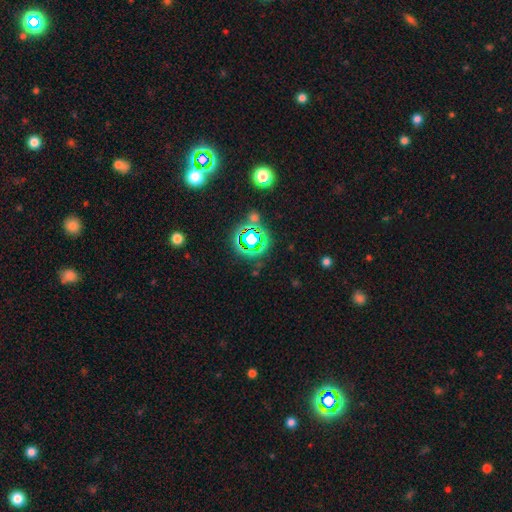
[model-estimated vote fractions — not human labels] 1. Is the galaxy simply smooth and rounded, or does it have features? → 67% star or artifact, 24% smooth, 9% featured or disk.